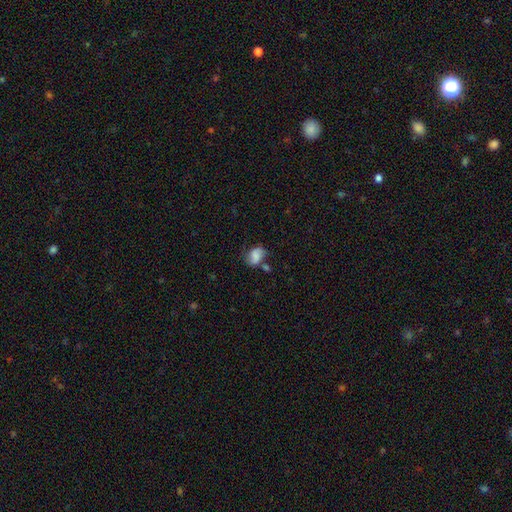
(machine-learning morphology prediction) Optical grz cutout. It shows a smooth galaxy with no disk features (61%) that is in between round and cigar-shaped (69%). Merging: none (43%).